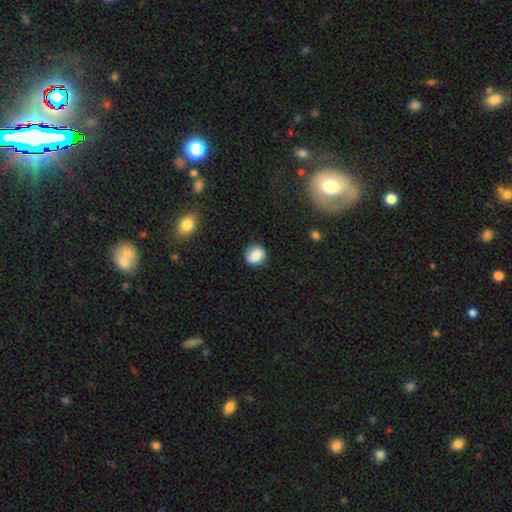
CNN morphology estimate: The model was most divided on "how rounded": round: 75%, in between: 24%, cigar-shaped: 1%. More confident: smooth or featured — smooth (81%); merging — none (80%).